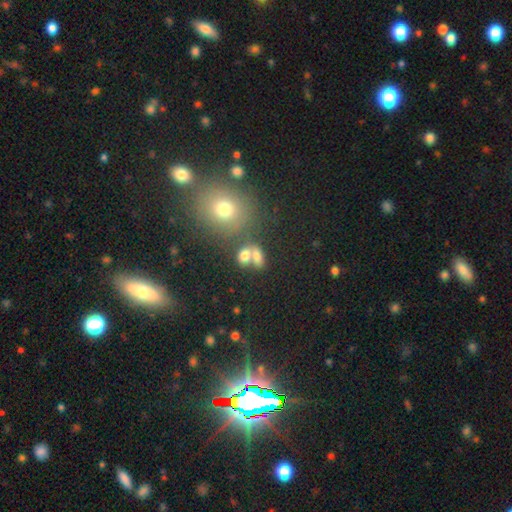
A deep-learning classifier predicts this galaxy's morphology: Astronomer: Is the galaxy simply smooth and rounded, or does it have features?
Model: smooth — 68%.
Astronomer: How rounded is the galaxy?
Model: in between — 66%.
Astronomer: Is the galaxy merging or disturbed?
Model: none — 42% (runner-up: merger, 39%).